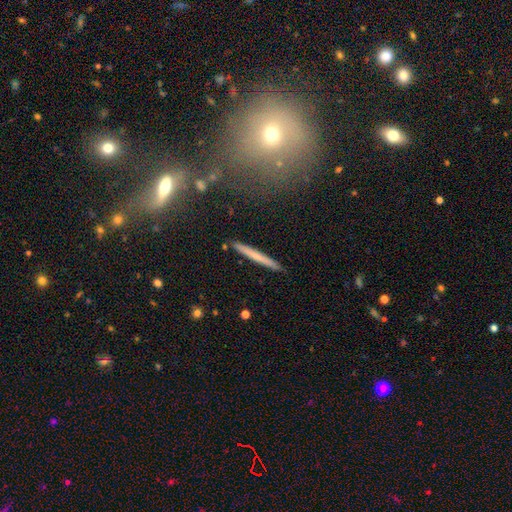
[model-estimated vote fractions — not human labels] Q: Smooth or featured?
A: smooth (58%); runner-up: featured or disk (36%)
Q: How rounded?
A: cigar-shaped (96%); runner-up: in between (2%)
Q: Merging?
A: none (90%); runner-up: minor disturbance (7%)